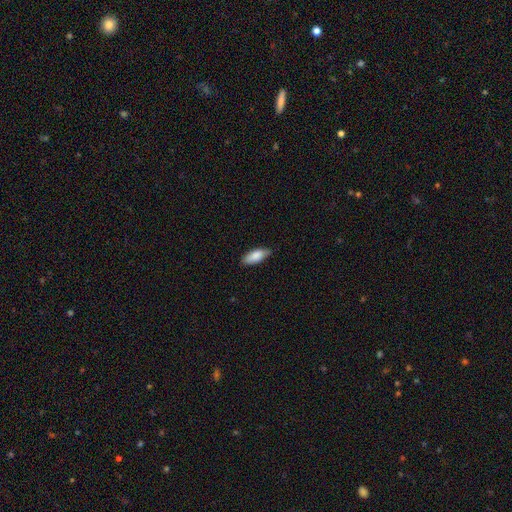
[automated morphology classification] Q: Smooth or featured?
A: smooth (85%); runner-up: featured or disk (9%)
Q: How rounded?
A: in between (79%); runner-up: cigar-shaped (19%)
Q: Merging?
A: none (80%); runner-up: minor disturbance (16%)